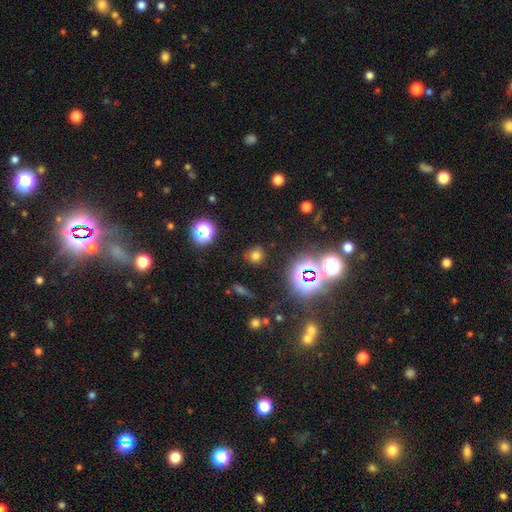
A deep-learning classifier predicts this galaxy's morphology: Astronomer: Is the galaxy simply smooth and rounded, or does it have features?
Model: smooth — 63%.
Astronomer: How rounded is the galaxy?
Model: round — 84%.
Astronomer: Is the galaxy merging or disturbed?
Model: none — 82%.